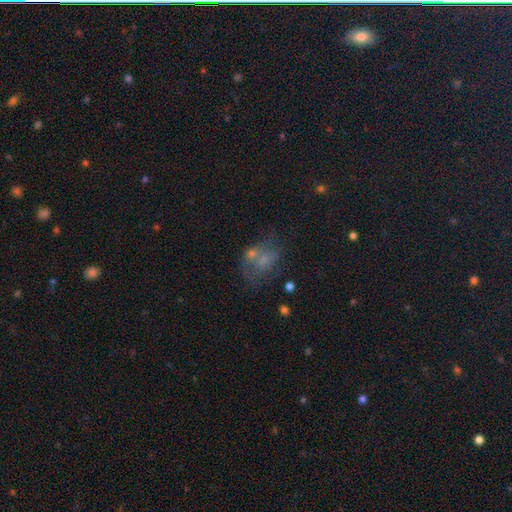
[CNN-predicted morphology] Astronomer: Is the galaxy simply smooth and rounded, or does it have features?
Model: smooth — 43% (runner-up: featured or disk, 36%).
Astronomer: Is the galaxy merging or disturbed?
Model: none — 34% (runner-up: merger, 29%).